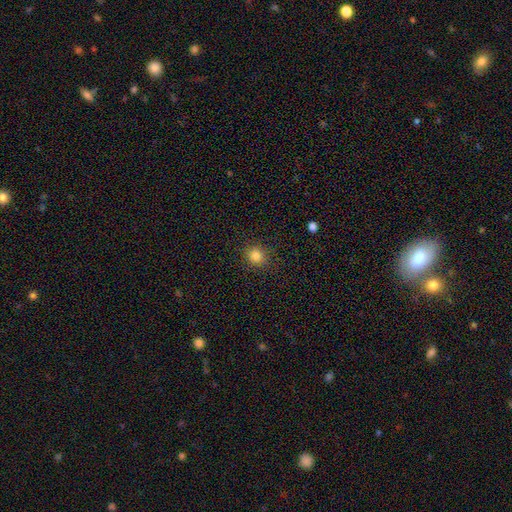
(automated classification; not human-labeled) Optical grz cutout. It shows a smooth galaxy with no disk features (84%) that is round (85%). Merging: none (89%).